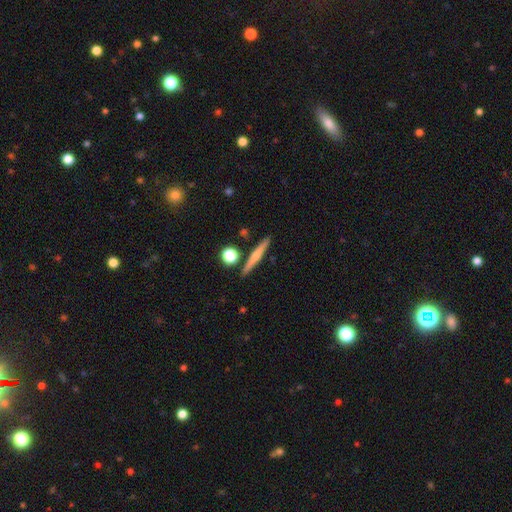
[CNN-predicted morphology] smooth-or-featured: smooth: 51% | featured or disk: 42% | star or artifact: 7%
  how-rounded: cigar-shaped: 89% | in between: 6% | round: 5%
  merging: none: 86% | minor disturbance: 7% | merger: 5% | major disturbance: 2%